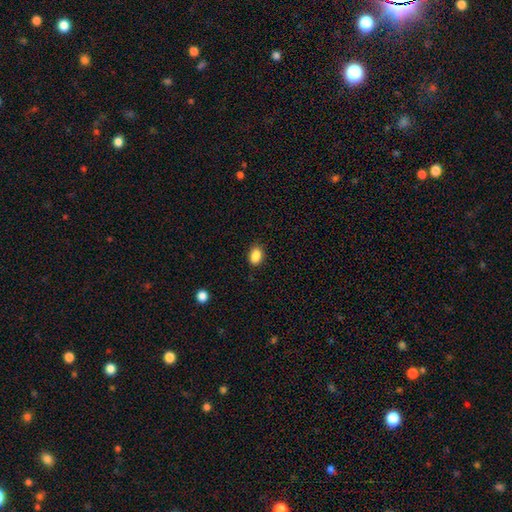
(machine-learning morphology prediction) Overall: smooth (88%). How rounded: in between (81%). Merging: none (85%).